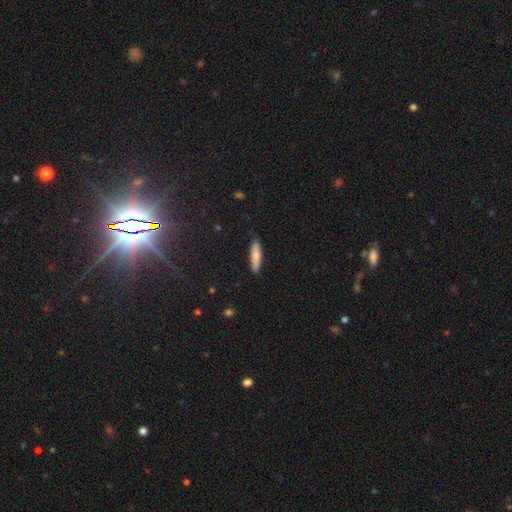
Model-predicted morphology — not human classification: A smooth galaxy with no disk features (77%) that is cigar-shaped (77%).

Vote fractions:
- Smooth or featured? smooth: 77% / featured or disk: 17% / star or artifact: 6%
- How rounded? cigar-shaped: 77% / in between: 22% / round: 2%
- Merging? none: 85% / minor disturbance: 12% / major disturbance: 2% / merger: 1%